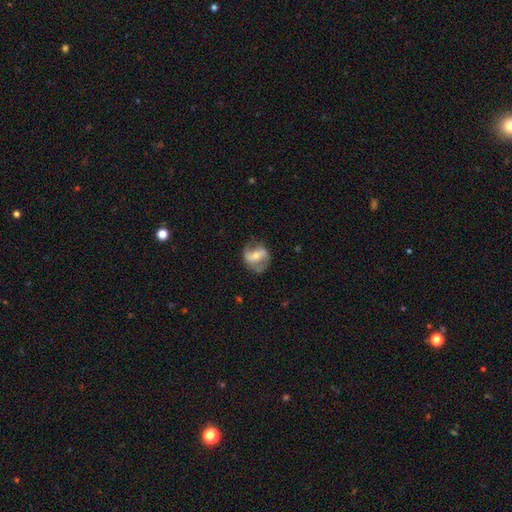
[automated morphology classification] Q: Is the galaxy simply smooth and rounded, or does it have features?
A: featured or disk — 65%.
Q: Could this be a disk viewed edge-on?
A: no — 94%.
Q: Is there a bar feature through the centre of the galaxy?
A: strong — 50%.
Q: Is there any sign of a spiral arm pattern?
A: yes — 70%.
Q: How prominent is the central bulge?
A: small — 46%.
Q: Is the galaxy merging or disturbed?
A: none — 64%.